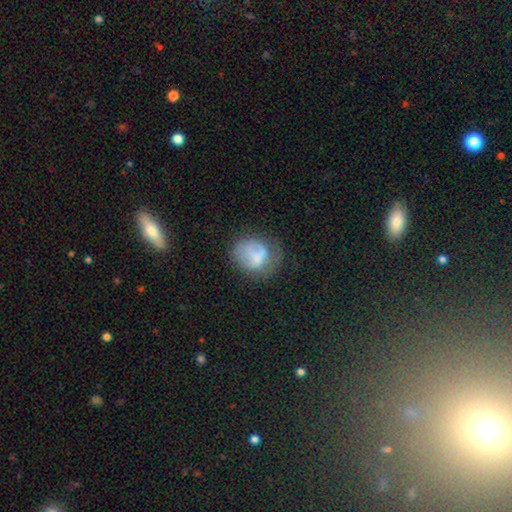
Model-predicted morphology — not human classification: Smooth or featured? smooth (62%)
How rounded? round (64%)
Merging? none (43%)